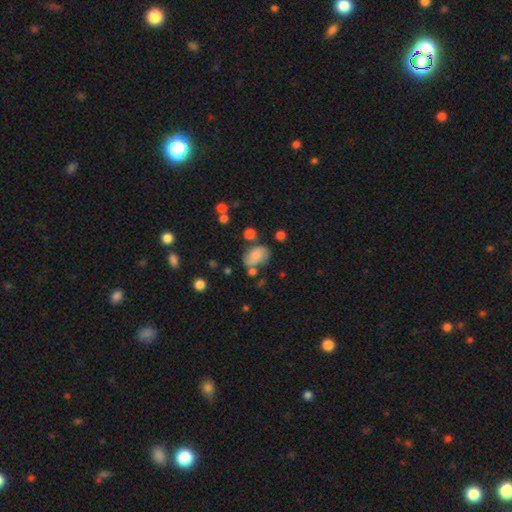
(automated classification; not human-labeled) Q: Smooth or featured?
A: smooth (68%); runner-up: featured or disk (21%)
Q: How rounded?
A: in between (84%); runner-up: round (15%)
Q: Merging?
A: none (52%); runner-up: minor disturbance (25%)